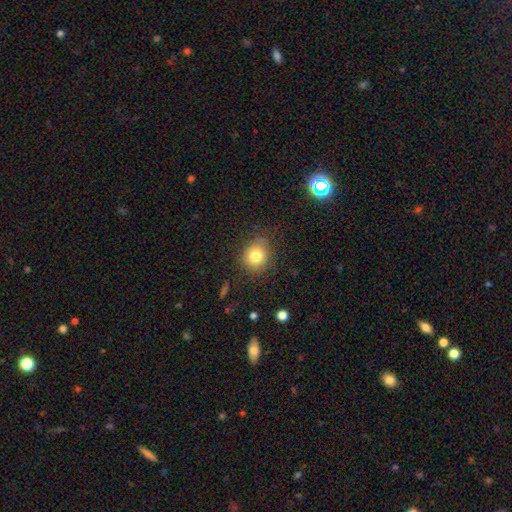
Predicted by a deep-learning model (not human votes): smooth_or_featured: smooth (p=0.79) [alt: star or artifact p=0.11]
how_rounded: round (p=0.72) [alt: in between p=0.27]
merging: none (p=0.78) [alt: minor disturbance p=0.15]